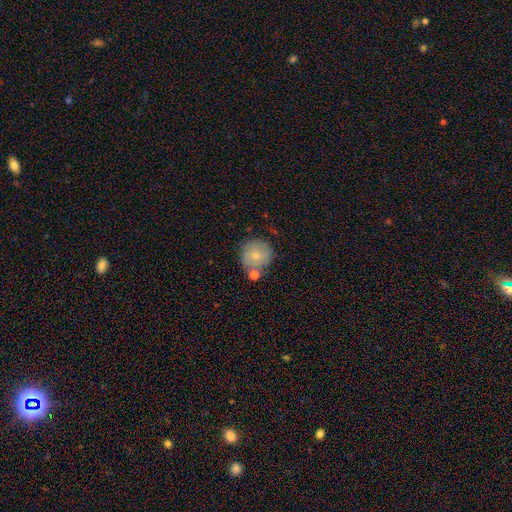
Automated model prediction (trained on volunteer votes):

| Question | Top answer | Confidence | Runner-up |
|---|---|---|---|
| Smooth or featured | smooth | 75% | featured or disk (17%) |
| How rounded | round | 92% | in between (7%) |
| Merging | none | 64% | merger (16%) |